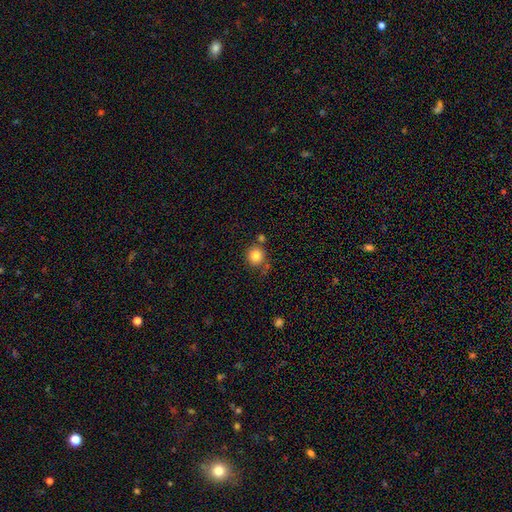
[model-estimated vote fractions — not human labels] This is clearly a smooth galaxy (83%). How rounded: clearly round (91%). Merging: likely none (69%).